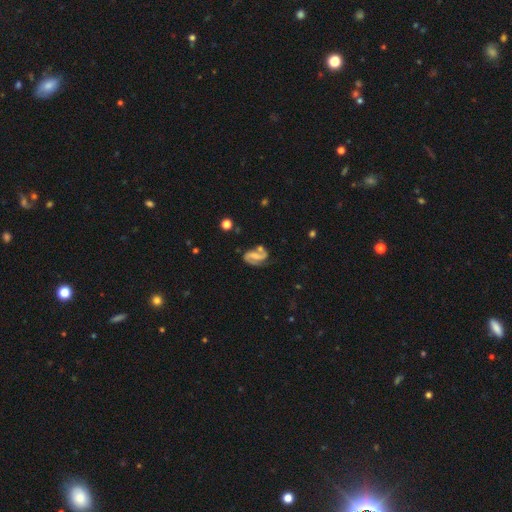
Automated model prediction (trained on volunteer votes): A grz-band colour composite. It shows a featured or disk galaxy (81%) with a strong bar (38%), 2 (89%) medium (44%) spiral arms (94%) and no central bulge (44%). Merging: none (61%).